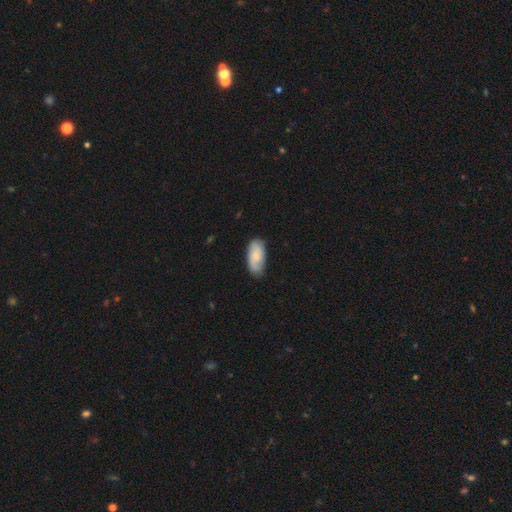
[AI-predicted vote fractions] This appears to be a smooth galaxy with no disk features (67%) that is in between round and cigar-shaped (93%). Merging: none (77%).